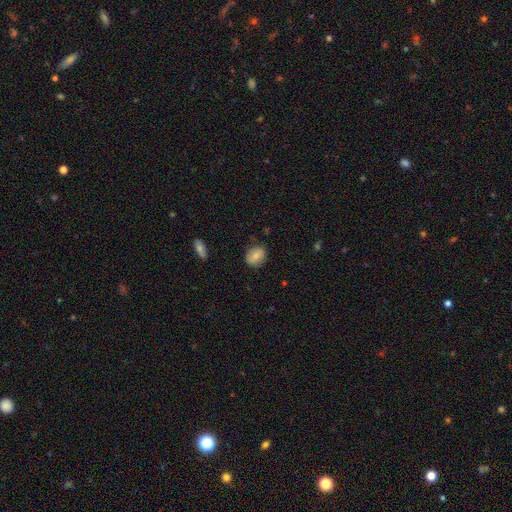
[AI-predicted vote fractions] smooth 80%, featured or disk 12%, star or artifact 8%. Down the decision tree: how rounded — in between (54%); merging — none (82%).